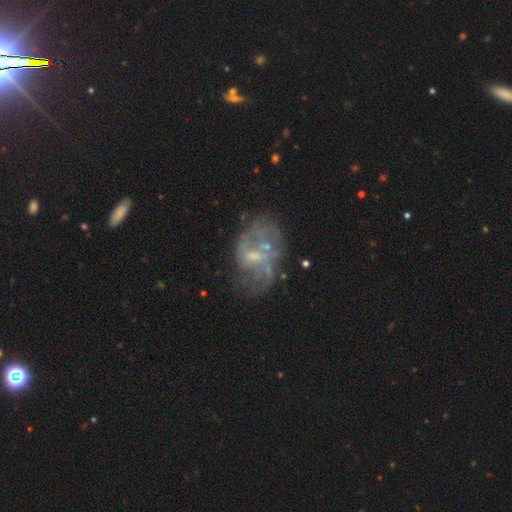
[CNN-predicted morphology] type=featured or disk (73%); edge-on=no (97%); bar=no (53%); spiral arms=yes (58%); bulge=small (48%); merging=none (42%).